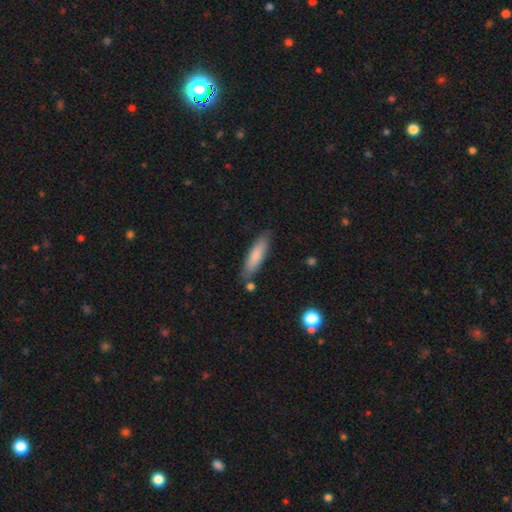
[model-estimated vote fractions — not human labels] smooth_or_featured: smooth (p=0.80) [alt: featured or disk p=0.14]
how_rounded: cigar-shaped (p=0.69) [alt: in between p=0.29]
merging: none (p=0.80) [alt: minor disturbance p=0.13]